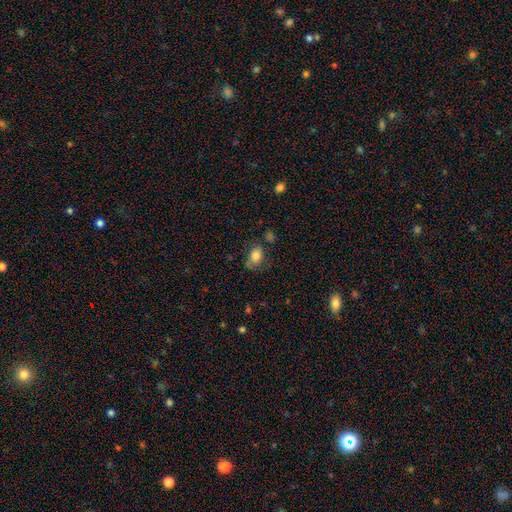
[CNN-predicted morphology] type=smooth (77%); roundness=in between (78%); merging=none (61%).